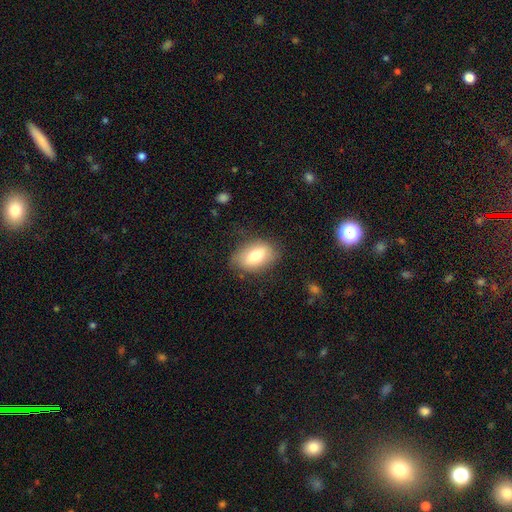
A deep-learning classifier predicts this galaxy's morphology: This appears to be a smooth galaxy with no disk features (74%) that is in between round and cigar-shaped (88%). Merging: none (74%).